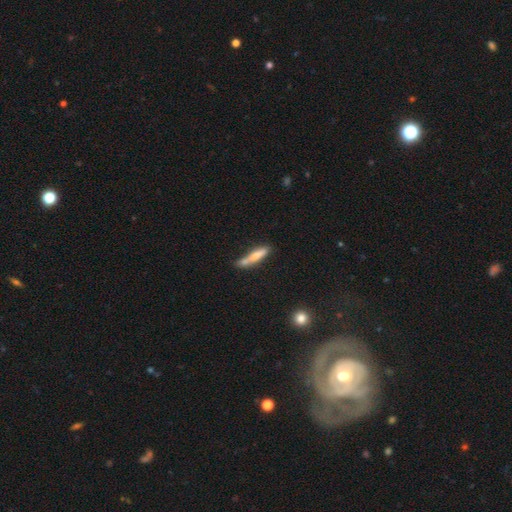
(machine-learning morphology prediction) This appears to be a smooth galaxy with no disk features (70%) that is cigar-shaped (87%). Merging: none (55%).